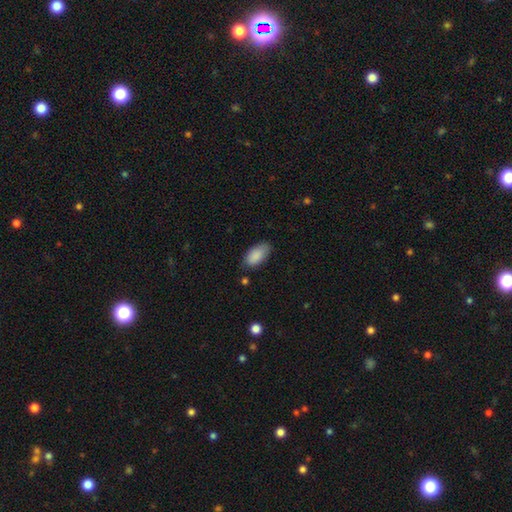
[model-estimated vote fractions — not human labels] A smooth galaxy with no disk features (88%) that is in between round and cigar-shaped (94%).

Vote fractions:
- Smooth or featured? smooth: 88% / star or artifact: 6% / featured or disk: 5%
- How rounded? in between: 94% / cigar-shaped: 4% / round: 2%
- Merging? none: 75% / minor disturbance: 20% / major disturbance: 4% / merger: 2%